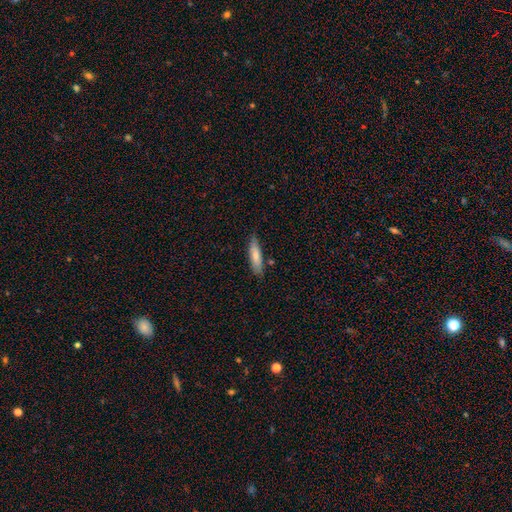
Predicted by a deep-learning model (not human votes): This appears to be a smooth galaxy with no disk features (75%) that is cigar-shaped (70%). Merging: none (79%).